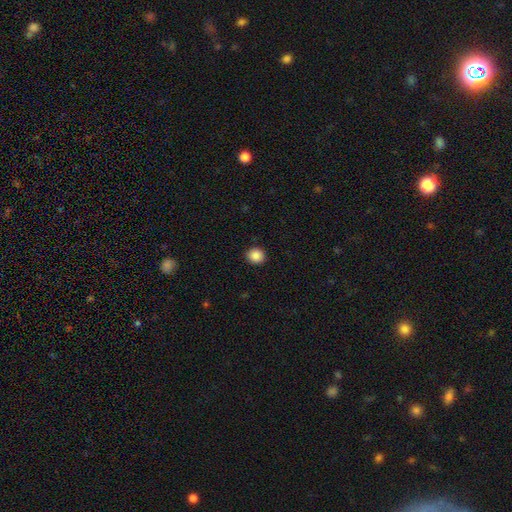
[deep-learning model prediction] smooth_or_featured: smooth (p=0.87) [alt: star or artifact p=0.09]
how_rounded: round (p=0.82) [alt: in between p=0.17]
merging: none (p=0.91) [alt: minor disturbance p=0.06]